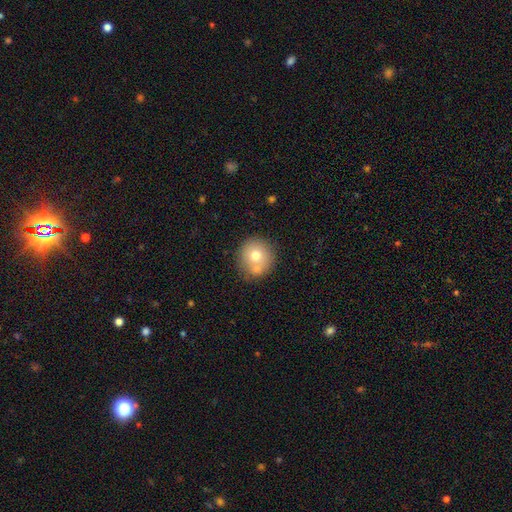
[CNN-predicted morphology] Smooth or featured? smooth (70%)
How rounded? round (91%)
Merging? none (60%)